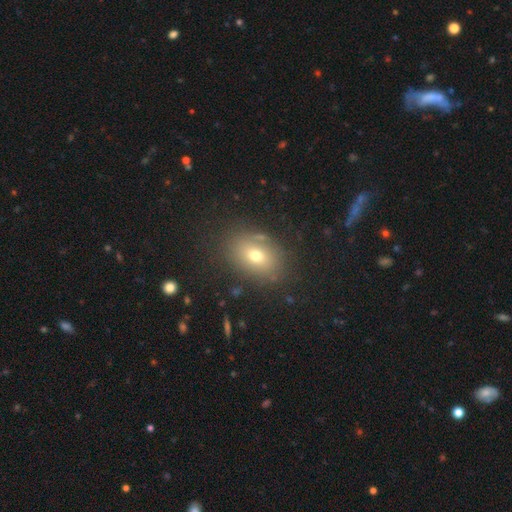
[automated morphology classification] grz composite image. It shows a smooth galaxy with no disk features (68%) that is in between round and cigar-shaped (73%). Merging: none (80%).